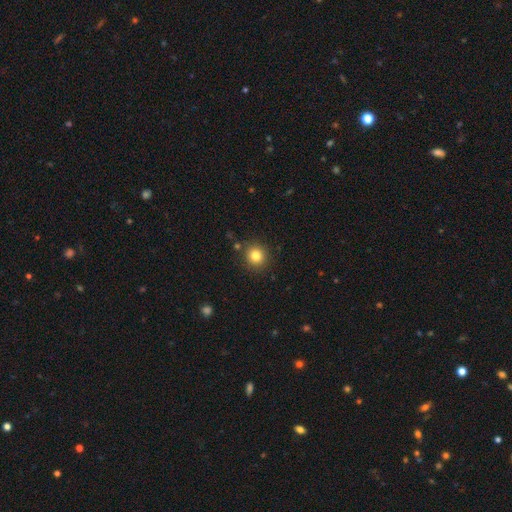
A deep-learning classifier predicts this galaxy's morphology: smooth-or-featured: smooth: 82% | star or artifact: 12% | featured or disk: 6%
  how-rounded: round: 92% | in between: 7% | cigar-shaped: 1%
  merging: none: 87% | minor disturbance: 8% | merger: 3% | major disturbance: 2%